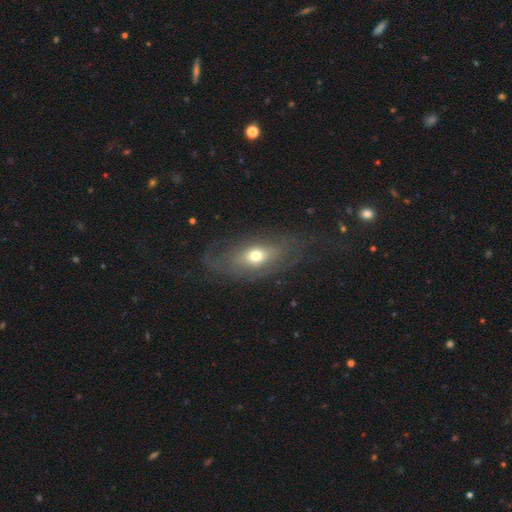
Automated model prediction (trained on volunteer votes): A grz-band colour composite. It shows a featured or disk galaxy (49%). Merging: none (63%).